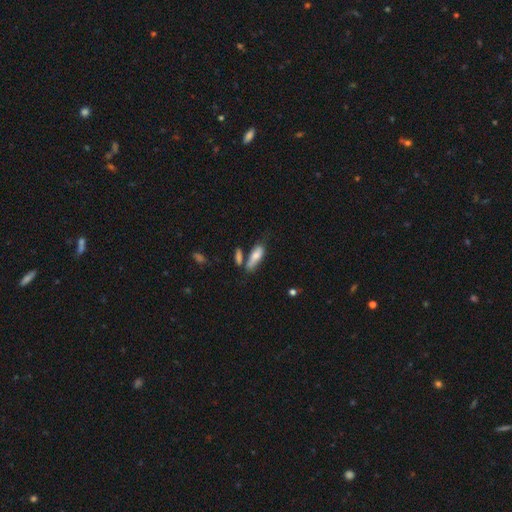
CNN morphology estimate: smooth 74%, featured or disk 19%, star or artifact 7%. Down the decision tree: how rounded — in between (61%); merging — none (46%).